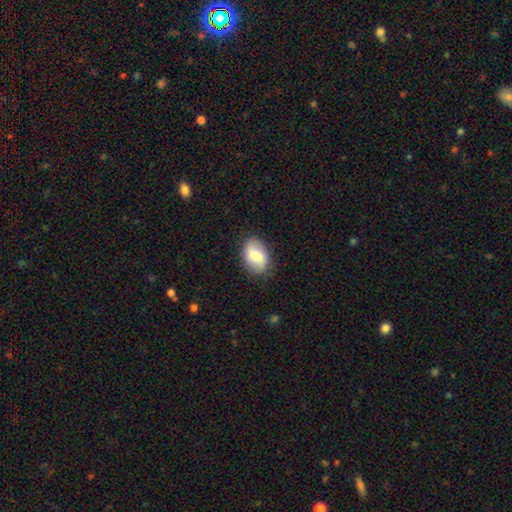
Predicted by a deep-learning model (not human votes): Smooth or featured: smooth — 71% (featured or disk — 22%)
How rounded: in between — 86% (round — 13%)
Merging: none — 82% (minor disturbance — 14%)